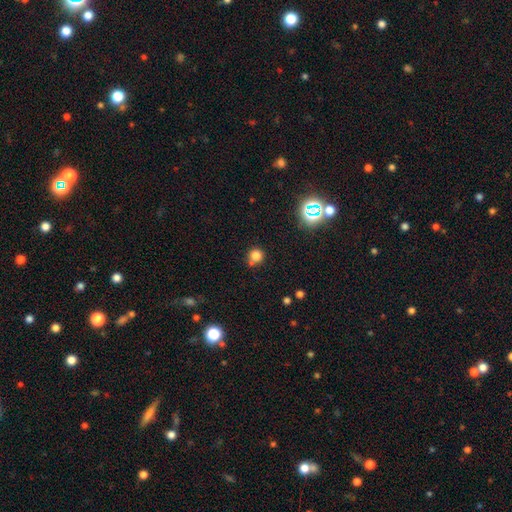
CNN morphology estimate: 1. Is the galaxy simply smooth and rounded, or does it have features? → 77% smooth, 16% star or artifact, 7% featured or disk.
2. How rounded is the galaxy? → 90% round, 9% in between, 1% cigar-shaped.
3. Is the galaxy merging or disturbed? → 67% none, 16% merger, 14% minor disturbance, 4% major disturbance.